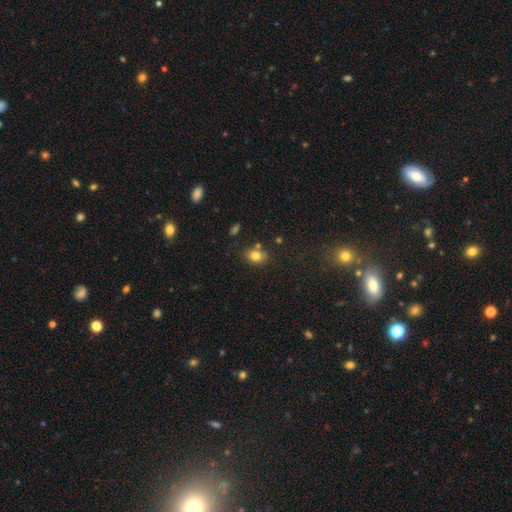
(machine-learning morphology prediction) Smooth or featured: smooth — 80% (star or artifact — 11%)
How rounded: in between — 57% (round — 41%)
Merging: none — 71% (minor disturbance — 15%)